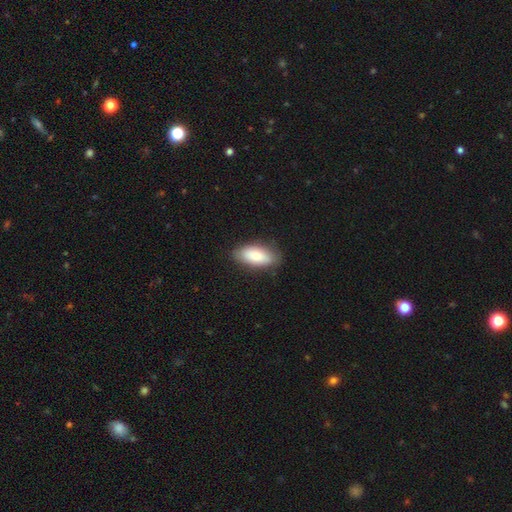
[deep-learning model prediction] This appears to be a smooth galaxy with no disk features (77%) that is in between round and cigar-shaped (89%). Merging: none (82%).